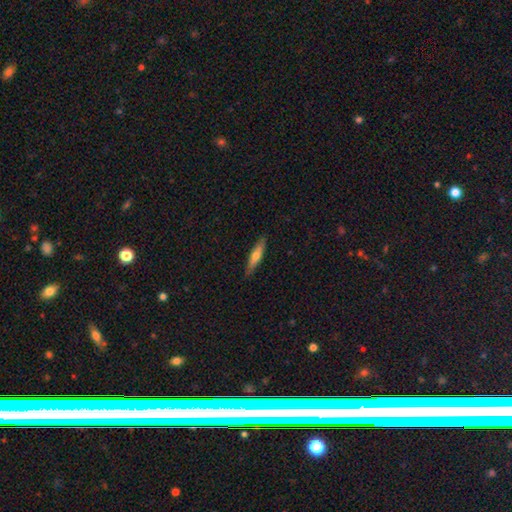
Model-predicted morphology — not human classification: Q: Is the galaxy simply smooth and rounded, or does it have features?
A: smooth — 55%.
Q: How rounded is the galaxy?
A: cigar-shaped — 80%.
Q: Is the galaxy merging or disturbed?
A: none — 88%.